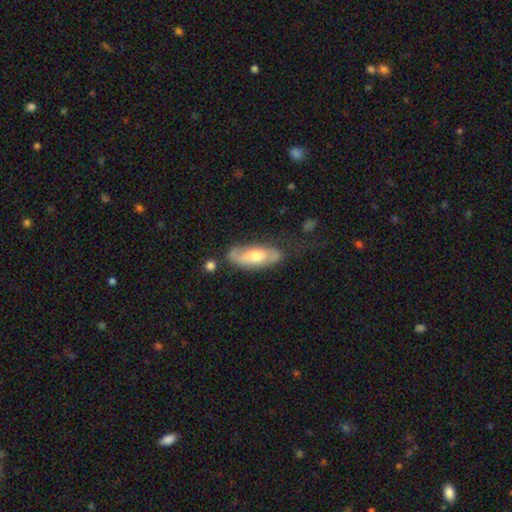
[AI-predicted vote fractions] Q: Smooth or featured?
A: smooth (48%); runner-up: featured or disk (46%)
Q: Merging?
A: none (61%); runner-up: minor disturbance (23%)